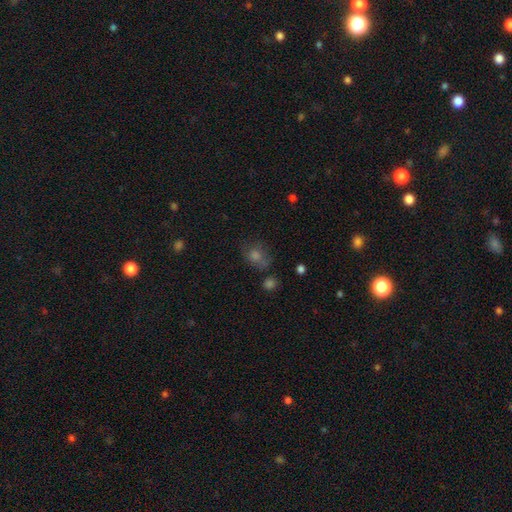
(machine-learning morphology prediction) Q: Smooth or featured?
A: smooth (56%); runner-up: star or artifact (27%)
Q: How rounded?
A: round (57%); runner-up: in between (41%)
Q: Merging?
A: none (64%); runner-up: minor disturbance (19%)